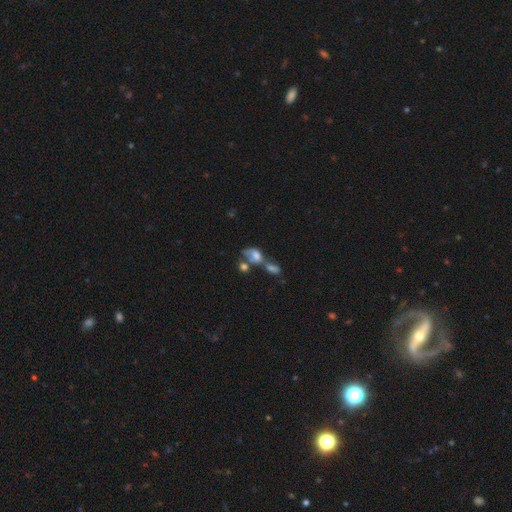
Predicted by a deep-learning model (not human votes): smooth_or_featured: smooth (p=0.54) [alt: featured or disk p=0.32]
how_rounded: in between (p=0.73) [alt: round p=0.23]
merging: merger (p=0.56) [alt: major disturbance p=0.17]